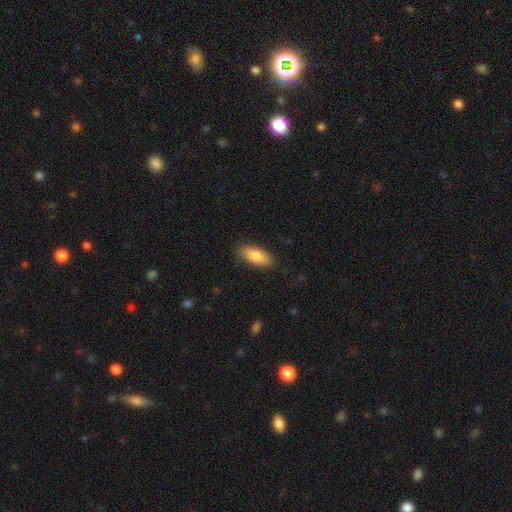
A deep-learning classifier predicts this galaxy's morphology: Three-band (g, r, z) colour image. It shows a smooth galaxy with no disk features (84%) that is in between round and cigar-shaped (83%). Merging: none (85%).